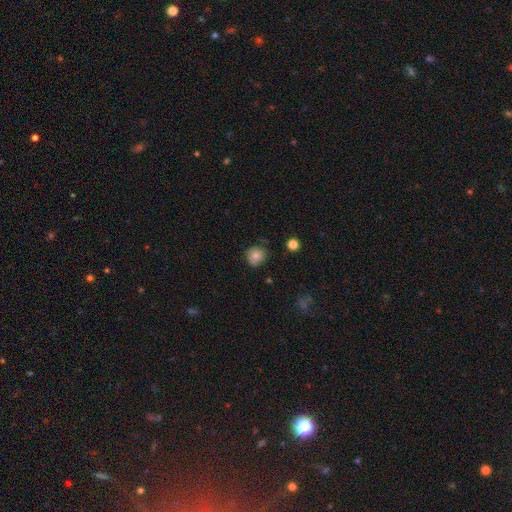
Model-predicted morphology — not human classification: The model was most divided on "smooth or featured": smooth: 72%, featured or disk: 18%, star or artifact: 10%. More confident: how rounded — round (89%); merging — none (74%).